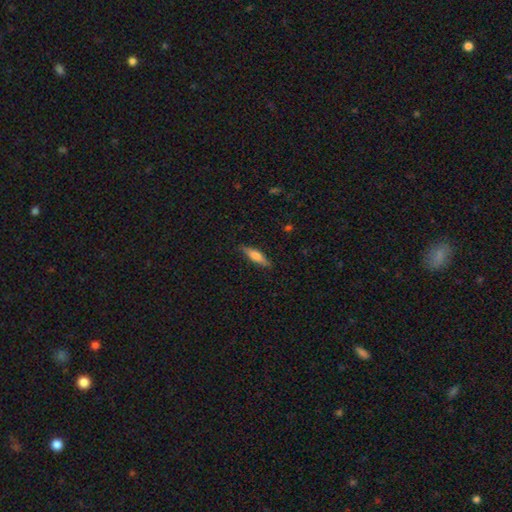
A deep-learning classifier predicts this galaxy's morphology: This is possibly a smooth galaxy (59%). How rounded: likely cigar-shaped (69%). Merging: clearly none (86%).